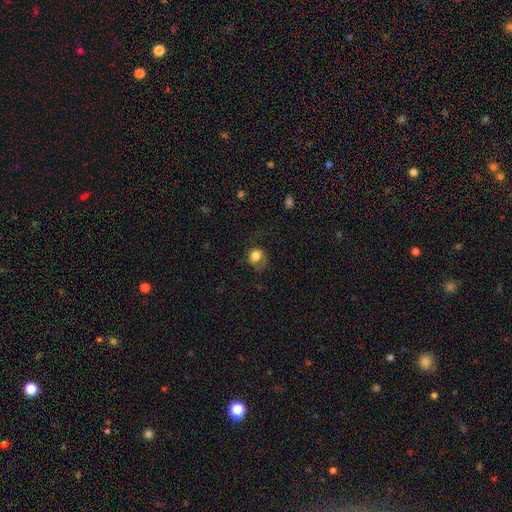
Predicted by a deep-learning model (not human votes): The model was most divided on "merging": none: 40%, major disturbance: 33%, minor disturbance: 25%, merger: 2%. More confident: smooth or featured — smooth (74%); how rounded — round (63%).